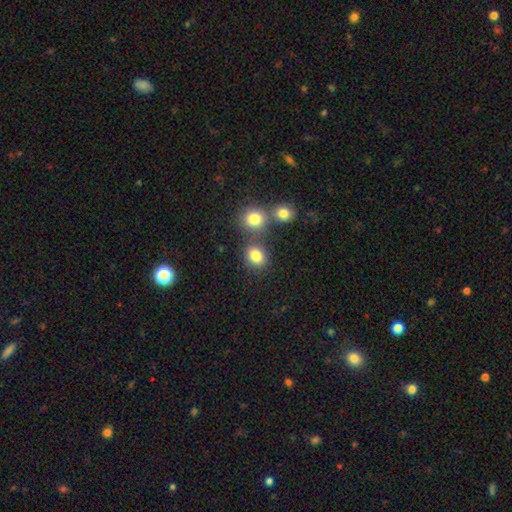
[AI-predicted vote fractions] Q: Smooth or featured?
A: smooth (81%); runner-up: star or artifact (13%)
Q: How rounded?
A: round (69%); runner-up: in between (30%)
Q: Merging?
A: none (68%); runner-up: merger (19%)